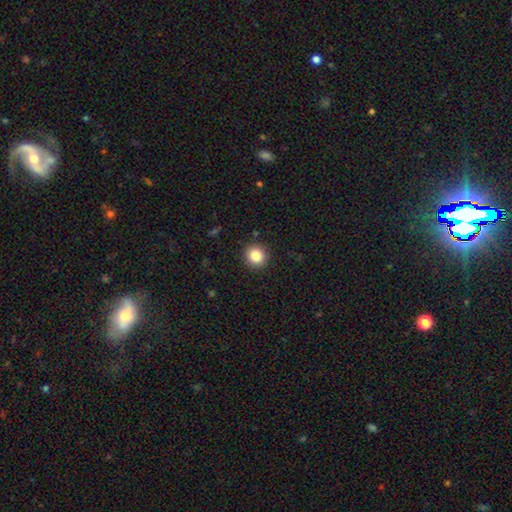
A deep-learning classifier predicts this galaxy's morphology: Smooth or featured: smooth — 84% (star or artifact — 10%)
How rounded: round — 92% (in between — 7%)
Merging: none — 91% (minor disturbance — 6%)